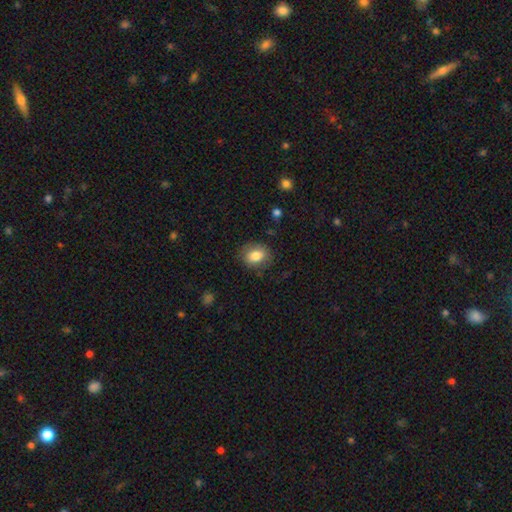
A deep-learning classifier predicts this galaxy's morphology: type=smooth (80%); roundness=in between (55%); merging=none (79%).